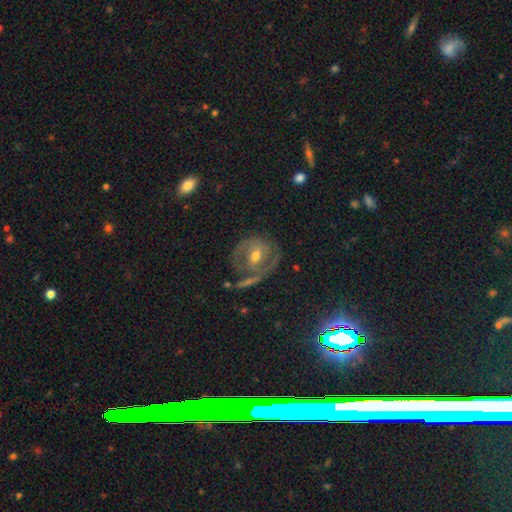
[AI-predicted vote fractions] Overall: featured or disk (69%). Edge-on disk: no (95%). Bar: weak (42%; no 37%). Spiral arms: yes (69%; no 31%). Bulge size: moderate (67%). Merging: none (63%).